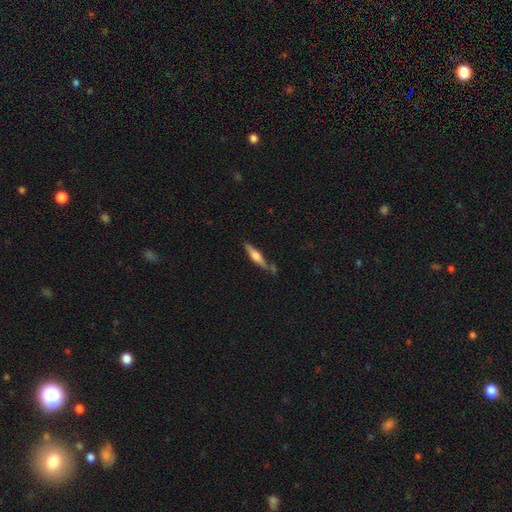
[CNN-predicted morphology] Smooth or featured? featured or disk (50%)
Edge-on disk? yes (95%)
Merging? none (71%)